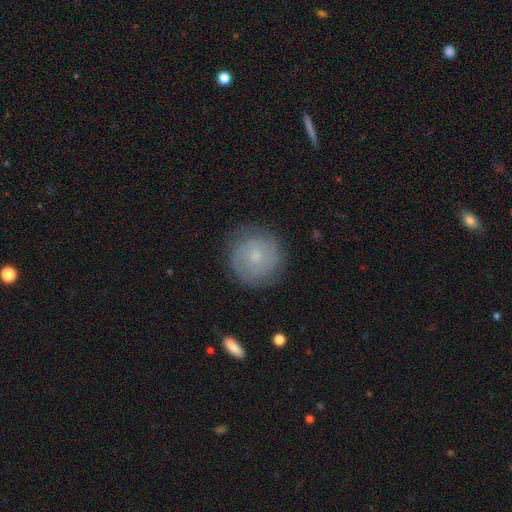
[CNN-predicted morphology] Smooth or featured?
  - featured or disk: 51% *
  - smooth: 39%
  - star or artifact: 10%
Edge-on disk?
  - no: 97% *
  - yes: 3%
Merging?
  - none: 83% *
  - minor disturbance: 12%
  - major disturbance: 4%
  - merger: 1%